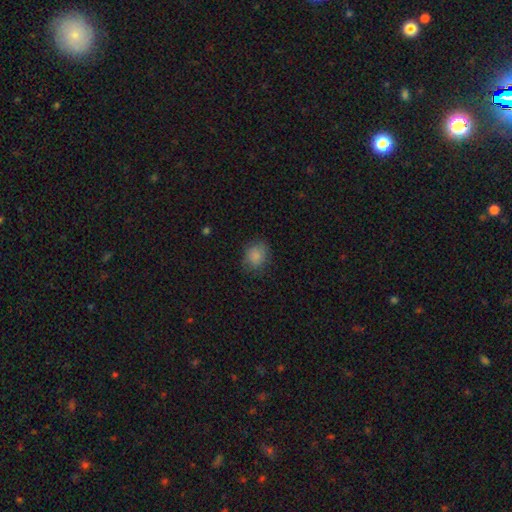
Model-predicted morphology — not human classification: Smooth or featured? smooth (84%)
How rounded? round (57%)
Merging? none (76%)